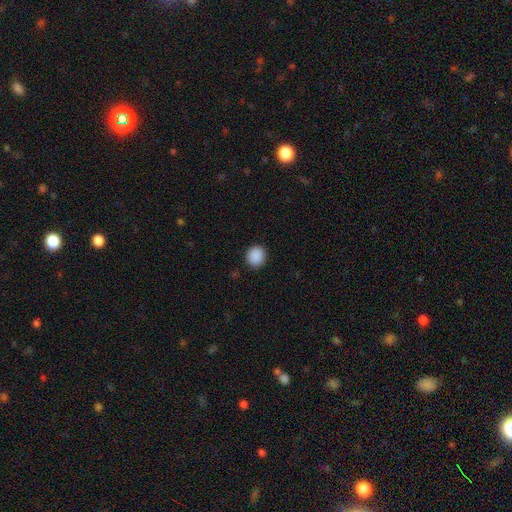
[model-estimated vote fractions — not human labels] Smooth or featured: smooth — 90% (star or artifact — 8%)
How rounded: round — 88% (in between — 11%)
Merging: none — 91% (minor disturbance — 6%)